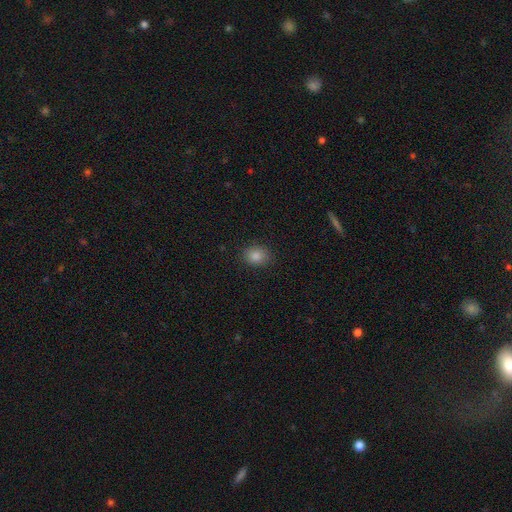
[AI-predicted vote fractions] This appears to be a smooth galaxy with no disk features (83%) that is in between round and cigar-shaped (53%). Merging: none (88%).